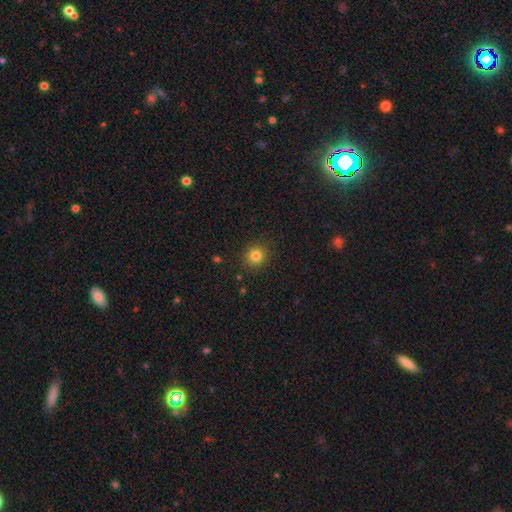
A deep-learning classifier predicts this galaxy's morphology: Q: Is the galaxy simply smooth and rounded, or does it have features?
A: smooth — 82%.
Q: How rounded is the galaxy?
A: round — 89%.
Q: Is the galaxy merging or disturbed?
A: none — 89%.